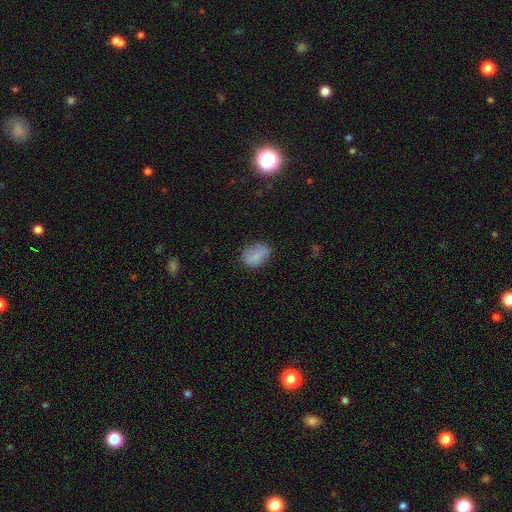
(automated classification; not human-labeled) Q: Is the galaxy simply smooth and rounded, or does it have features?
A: smooth — 81%.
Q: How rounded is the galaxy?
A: in between — 77%.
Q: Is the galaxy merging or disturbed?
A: none — 75%.